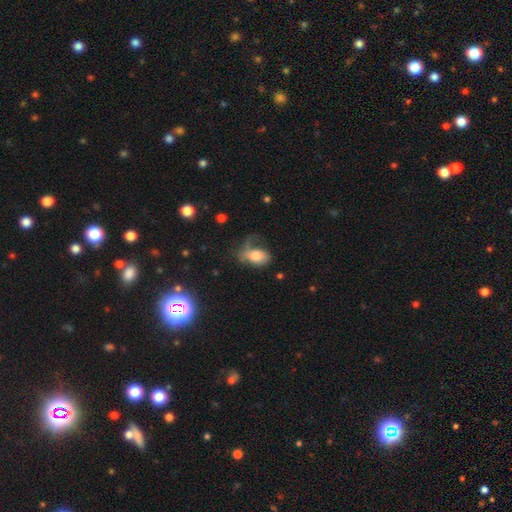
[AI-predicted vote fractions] The model was most divided on "merging": major disturbance: 39%, none: 29%, minor disturbance: 26%, merger: 6%. More confident: how rounded — in between (85%); smooth or featured — smooth (69%).